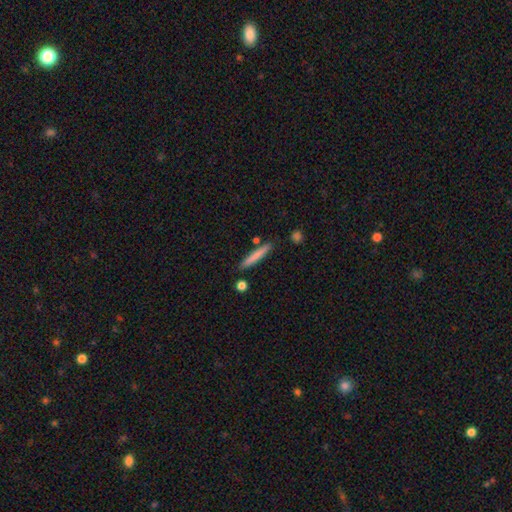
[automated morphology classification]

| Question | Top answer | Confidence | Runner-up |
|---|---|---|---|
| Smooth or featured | smooth | 75% | featured or disk (19%) |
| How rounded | cigar-shaped | 94% | in between (5%) |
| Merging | none | 86% | minor disturbance (9%) |